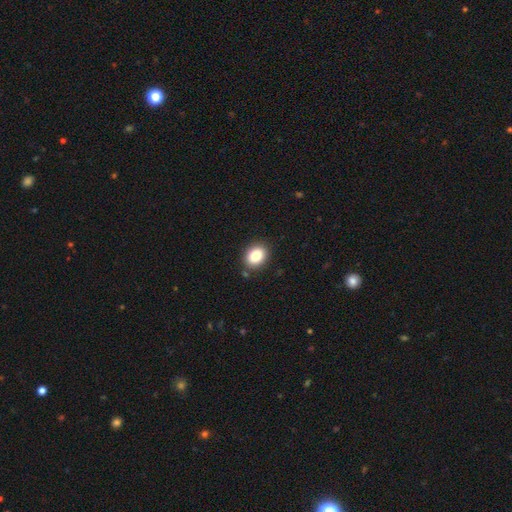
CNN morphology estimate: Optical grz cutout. It shows a smooth galaxy with no disk features (85%) that is in between round and cigar-shaped (58%). Merging: none (87%).